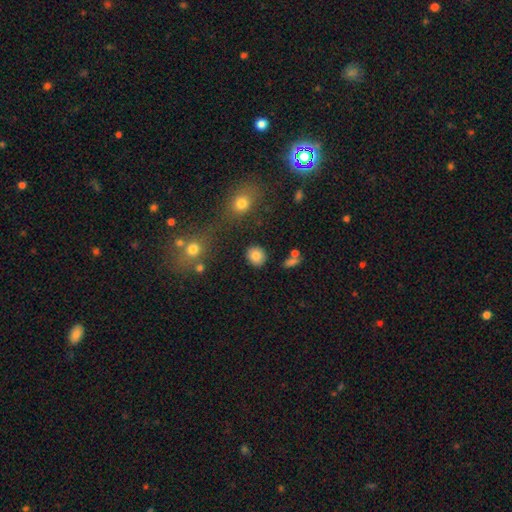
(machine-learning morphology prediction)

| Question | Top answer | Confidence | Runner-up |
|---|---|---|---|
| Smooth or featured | smooth | 84% | star or artifact (10%) |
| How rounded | round | 82% | in between (17%) |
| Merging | none | 87% | minor disturbance (7%) |